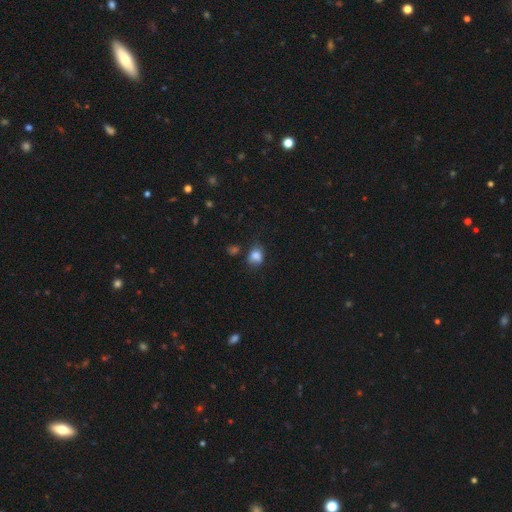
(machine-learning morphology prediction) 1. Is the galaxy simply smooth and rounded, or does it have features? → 78% smooth, 12% star or artifact, 10% featured or disk.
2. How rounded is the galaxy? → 52% in between, 47% round, 1% cigar-shaped.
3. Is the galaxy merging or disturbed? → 49% none, 29% minor disturbance, 11% major disturbance, 11% merger.